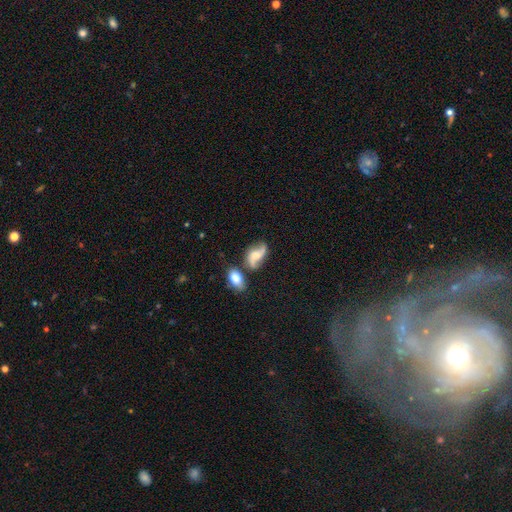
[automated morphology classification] Smooth or featured: featured or disk — 65% (smooth — 26%)
Edge-on disk: no — 96% (yes — 4%)
Bar: no — 58% (weak — 33%)
Spiral arms: yes — 90% (no — 10%)
Spiral winding: loose — 68% (medium — 25%)
Spiral arm count: 2 — 88% (1 — 4%)
Bulge size: none — 31% (small — 29%)
Merging: none — 46% (merger — 22%)